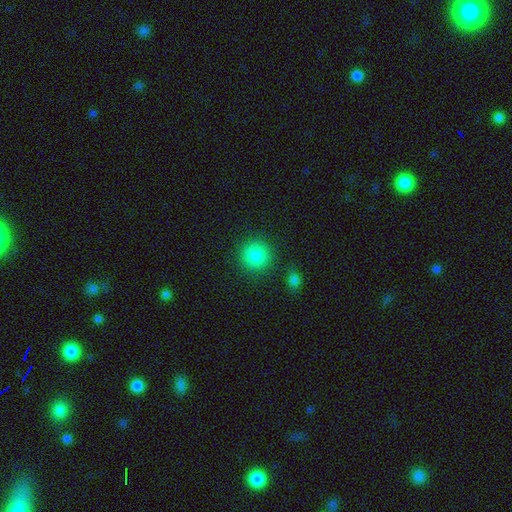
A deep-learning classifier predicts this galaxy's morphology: Overall: smooth (86%). How rounded: round (93%). Merging: none (87%).